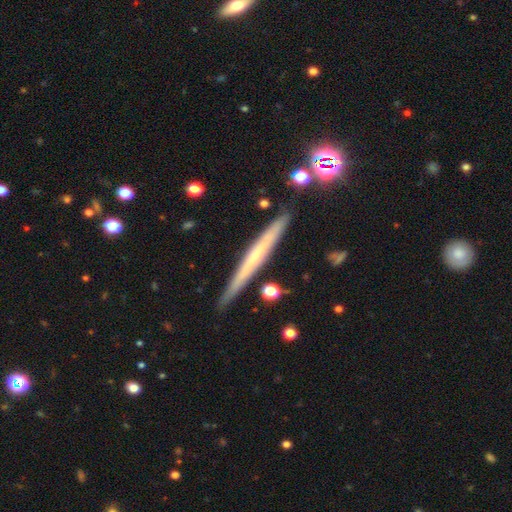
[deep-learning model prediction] Smooth or featured?
  - featured or disk: 52% *
  - smooth: 40%
  - star or artifact: 8%
Edge-on disk?
  - yes: 96% *
  - no: 4%
Edge-on bulge?
  - none: 71% *
  - rounded: 24%
  - boxy: 5%
Merging?
  - none: 87% *
  - minor disturbance: 9%
  - merger: 2%
  - major disturbance: 2%